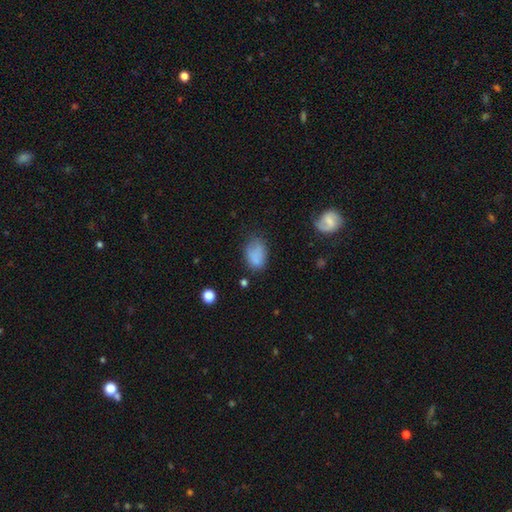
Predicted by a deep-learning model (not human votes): Smooth or featured: smooth — 78% (featured or disk — 11%)
How rounded: in between — 85% (round — 14%)
Merging: none — 51% (minor disturbance — 31%)